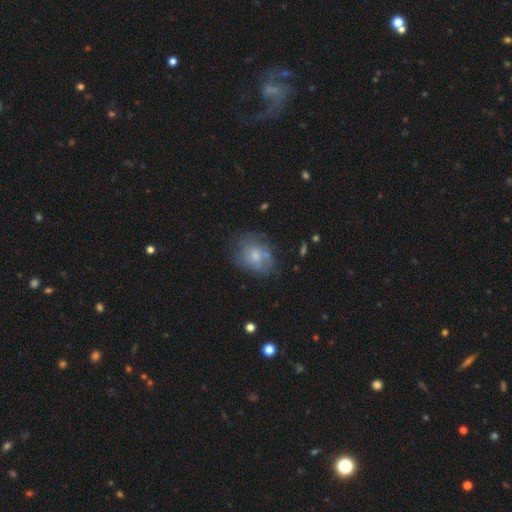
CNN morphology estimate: smooth_or_featured: smooth (p=0.55) [alt: featured or disk p=0.36]
how_rounded: in between (p=0.59) [alt: round p=0.40]
merging: none (p=0.56) [alt: minor disturbance p=0.26]